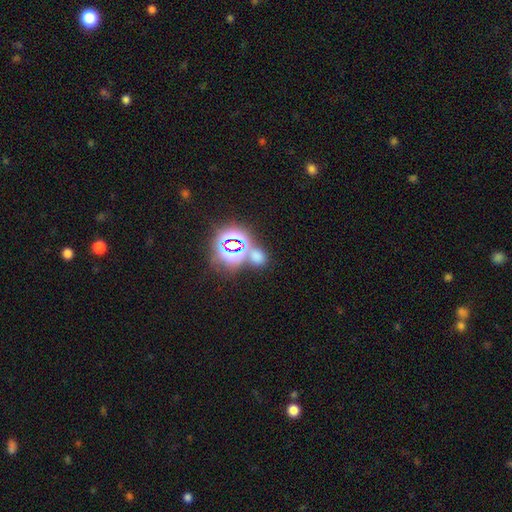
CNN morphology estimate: Smooth or featured? Predicted: smooth (p=0.47). Merging? Predicted: none (p=0.63).